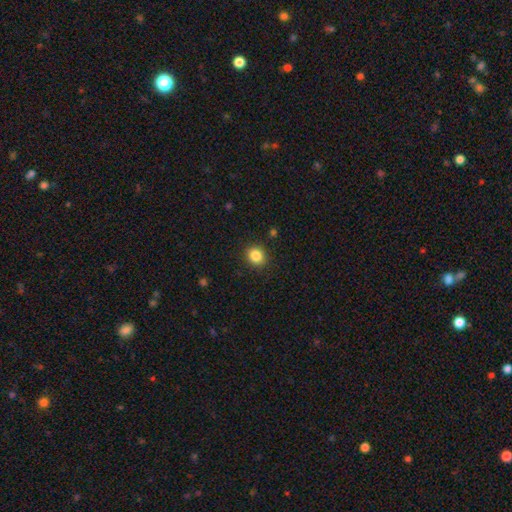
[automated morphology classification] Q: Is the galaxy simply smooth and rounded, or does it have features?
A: smooth — 85%.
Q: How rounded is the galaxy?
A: round — 74%.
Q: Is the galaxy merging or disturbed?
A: none — 90%.